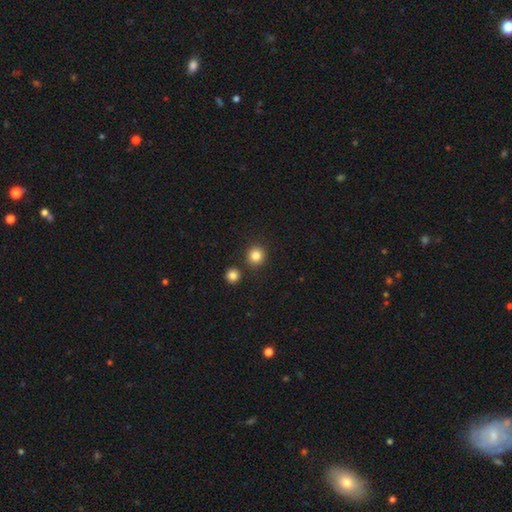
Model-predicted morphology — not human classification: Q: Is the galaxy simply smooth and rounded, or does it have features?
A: smooth — 84%.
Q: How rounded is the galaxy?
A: round — 92%.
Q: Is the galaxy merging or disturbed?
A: none — 87%.